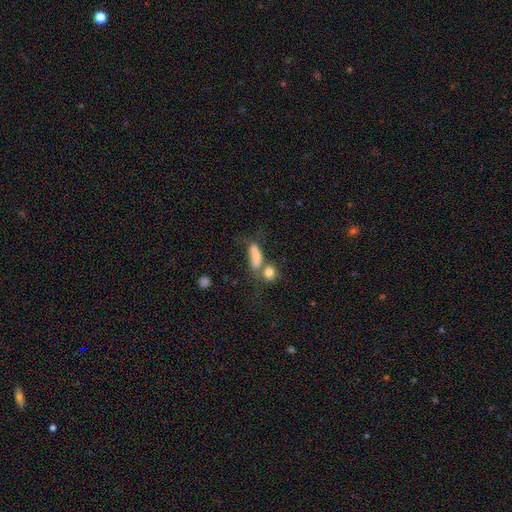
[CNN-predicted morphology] A smooth galaxy with no disk features (70%) that is in between round and cigar-shaped (59%). Merging: merger (46%).